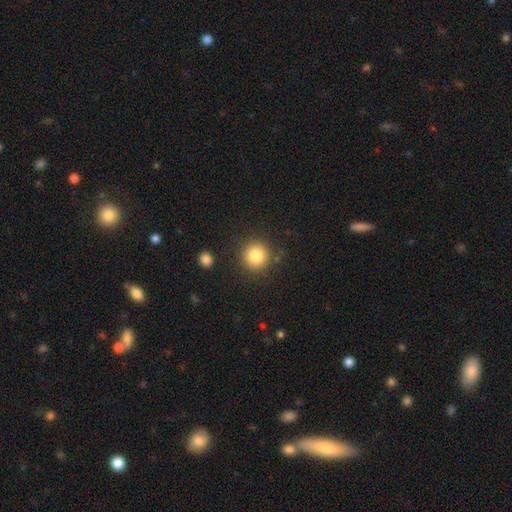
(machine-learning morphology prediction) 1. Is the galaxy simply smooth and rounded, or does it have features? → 84% smooth, 10% star or artifact, 6% featured or disk.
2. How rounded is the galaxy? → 94% round, 5% in between, 1% cigar-shaped.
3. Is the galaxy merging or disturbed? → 87% none, 8% minor disturbance, 3% major disturbance, 3% merger.